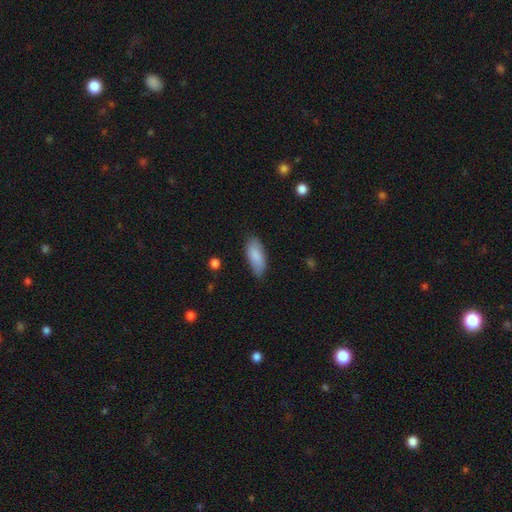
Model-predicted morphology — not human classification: Smooth or featured: smooth — 86% (featured or disk — 8%)
How rounded: in between — 84% (cigar-shaped — 14%)
Merging: none — 77% (minor disturbance — 18%)